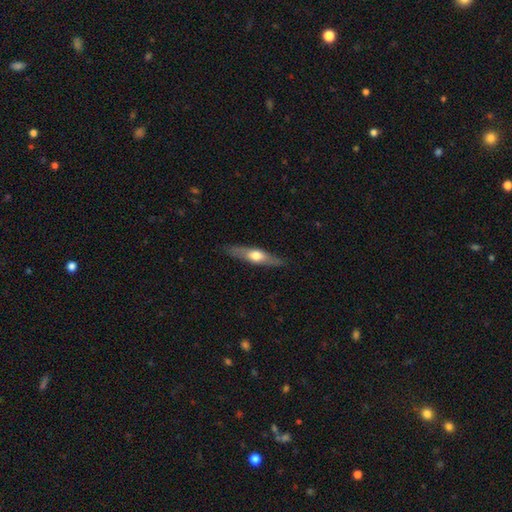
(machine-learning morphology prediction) A featured or disk galaxy (52%) viewed edge-on (87%). Merging: none (86%).